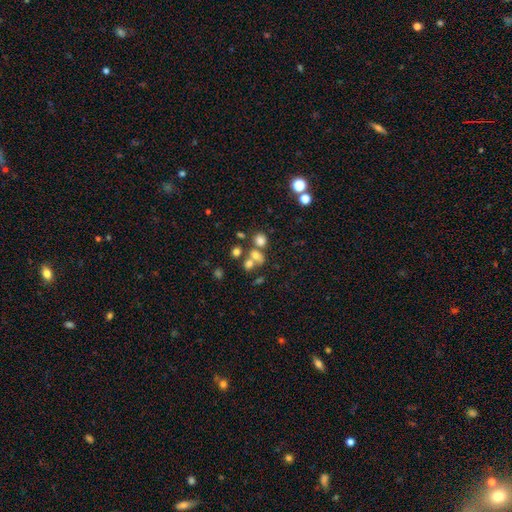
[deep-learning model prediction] A smooth galaxy with no disk features (62%) that is round (61%). Merging: merger (48%).